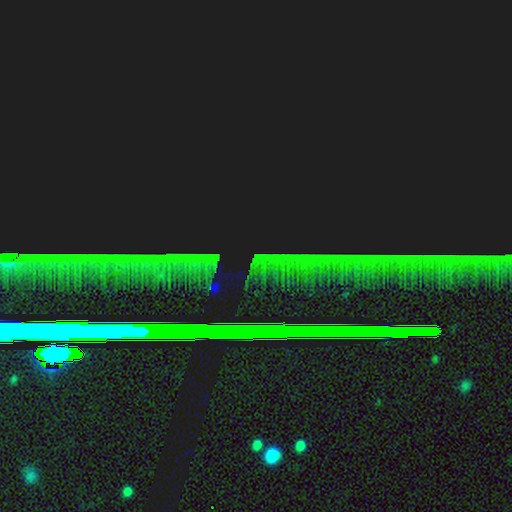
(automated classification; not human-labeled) A star or artifact, not a galaxy (85%).